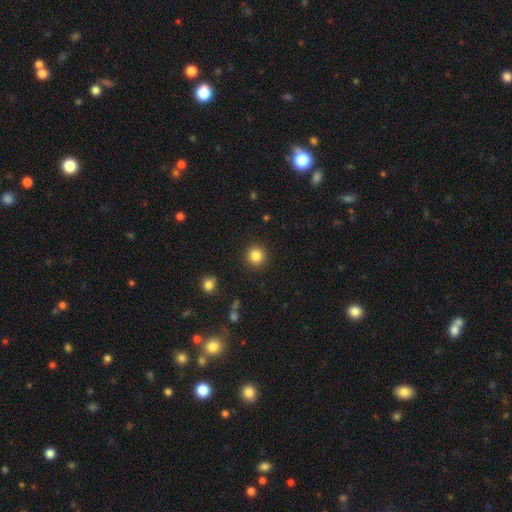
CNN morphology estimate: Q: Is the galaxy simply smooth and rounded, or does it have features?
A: smooth — 85%.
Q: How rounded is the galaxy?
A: round — 93%.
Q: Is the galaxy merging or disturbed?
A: none — 92%.